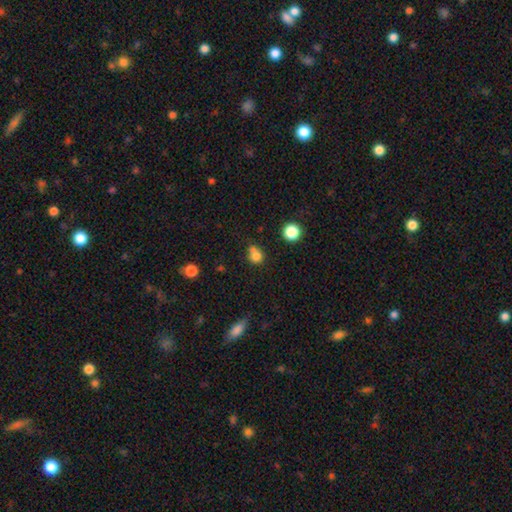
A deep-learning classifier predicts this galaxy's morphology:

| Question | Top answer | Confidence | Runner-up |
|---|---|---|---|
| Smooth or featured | smooth | 77% | star or artifact (13%) |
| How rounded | round | 74% | in between (25%) |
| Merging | none | 44% | merger (30%) |